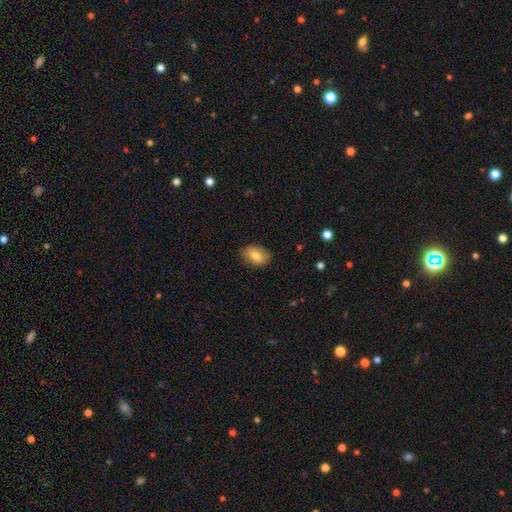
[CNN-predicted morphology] Smooth or featured? Predicted: smooth (p=0.79). How rounded? Predicted: in between (p=0.85). Merging? Predicted: none (p=0.84).